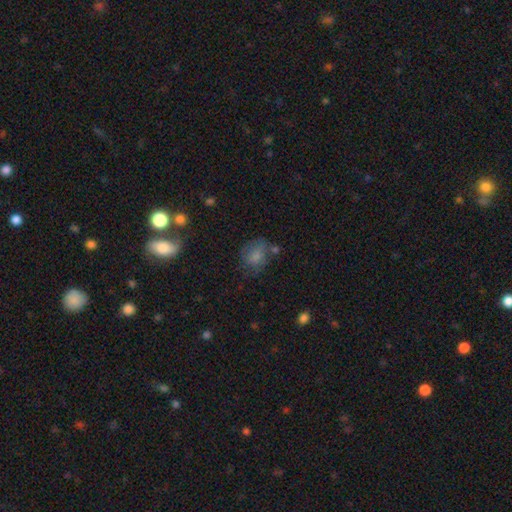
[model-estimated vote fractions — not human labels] The model was most divided on "how rounded": round: 51%, in between: 48%, cigar-shaped: 1%. Remaining: smooth or featured — smooth (70%); merging — none (49%).